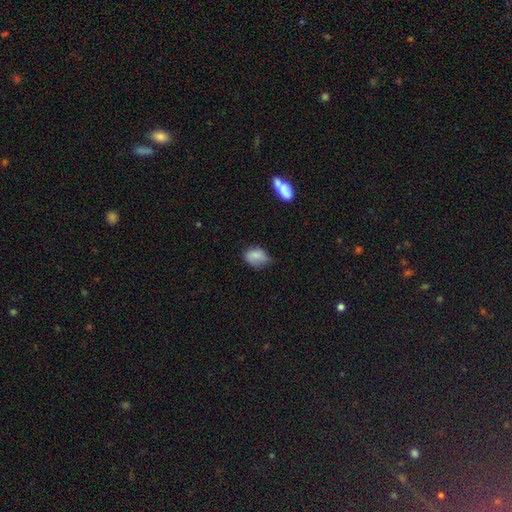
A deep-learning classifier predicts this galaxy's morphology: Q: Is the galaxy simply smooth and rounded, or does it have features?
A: smooth — 76%.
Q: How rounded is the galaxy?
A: in between — 69%.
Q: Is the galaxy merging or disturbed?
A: minor disturbance — 44%.